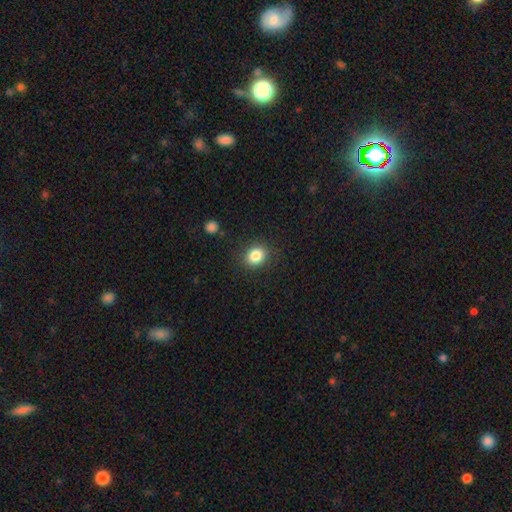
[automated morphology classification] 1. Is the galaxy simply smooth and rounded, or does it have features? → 85% smooth, 10% star or artifact, 6% featured or disk.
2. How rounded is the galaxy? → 59% round, 40% in between, 1% cigar-shaped.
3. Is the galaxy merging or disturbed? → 86% none, 9% minor disturbance, 3% major disturbance, 1% merger.